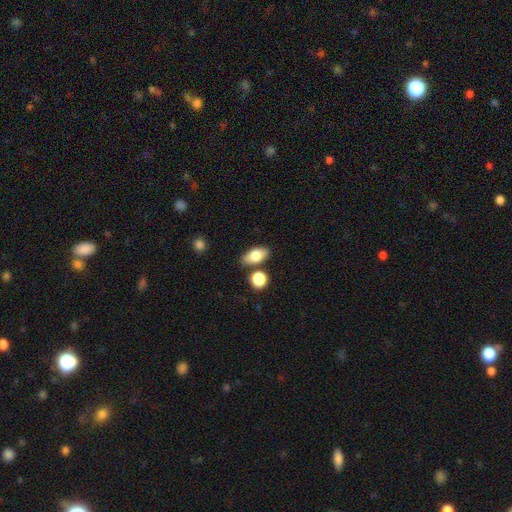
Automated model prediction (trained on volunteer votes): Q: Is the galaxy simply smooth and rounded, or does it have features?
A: smooth — 79%.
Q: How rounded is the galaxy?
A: in between — 88%.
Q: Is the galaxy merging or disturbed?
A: none — 77%.